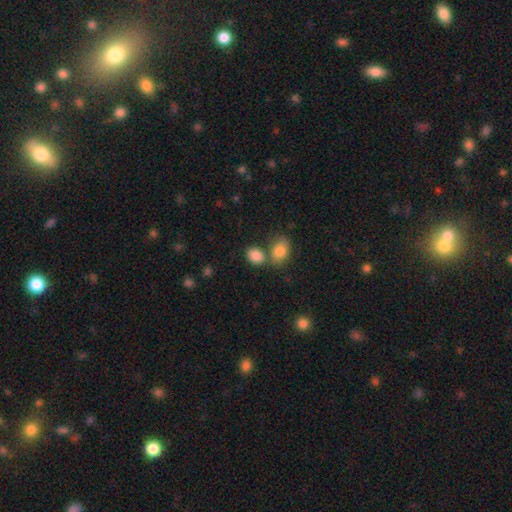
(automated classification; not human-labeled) A smooth galaxy with no disk features (85%) that is in between round and cigar-shaped (62%).

Vote fractions:
- Smooth or featured? smooth: 85% / star or artifact: 9% / featured or disk: 6%
- How rounded? in between: 62% / round: 37% / cigar-shaped: 1%
- Merging? none: 54% / merger: 30% / minor disturbance: 12% / major disturbance: 4%